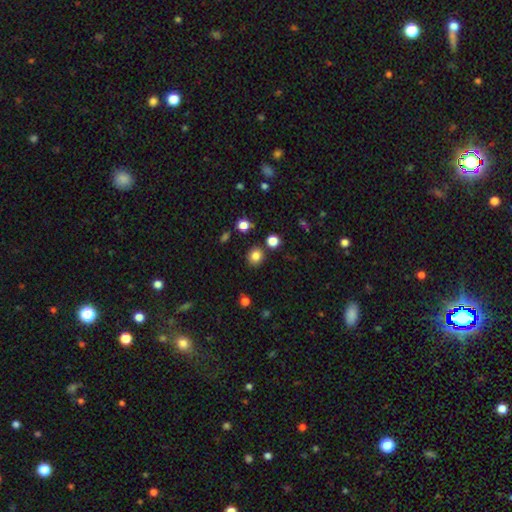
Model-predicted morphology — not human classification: smooth_or_featured: smooth (p=0.82) [alt: star or artifact p=0.13]
how_rounded: round (p=0.80) [alt: in between p=0.19]
merging: none (p=0.85) [alt: minor disturbance p=0.08]